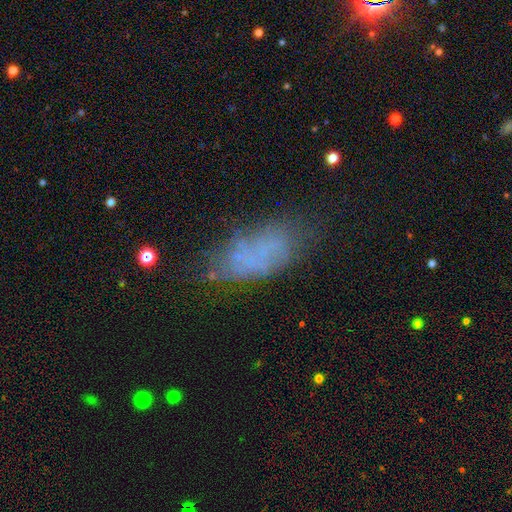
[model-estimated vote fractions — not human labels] Smooth or featured? Predicted: smooth (p=0.54). How rounded? Predicted: in between (p=0.83). Merging? Predicted: none (p=0.57).